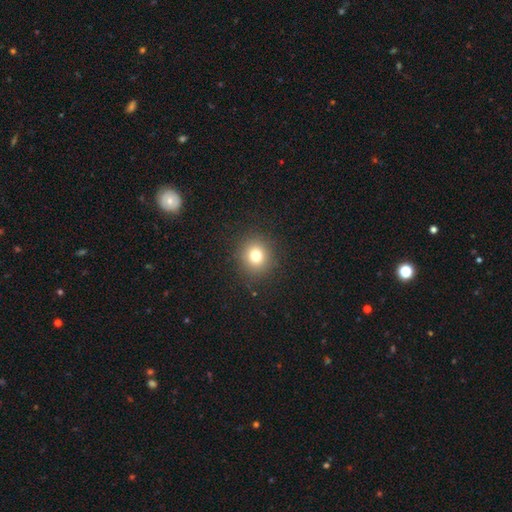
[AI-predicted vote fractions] Smooth or featured: smooth — 77% (star or artifact — 14%)
How rounded: round — 88% (in between — 11%)
Merging: none — 90% (minor disturbance — 6%)